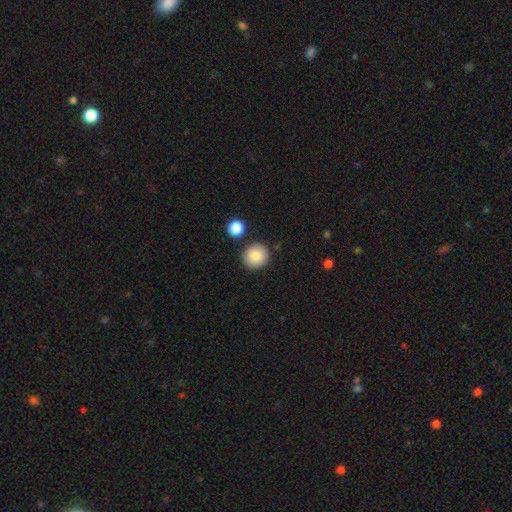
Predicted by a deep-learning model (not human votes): smooth_or_featured: smooth (p=0.86) [alt: star or artifact p=0.08]
how_rounded: round (p=0.91) [alt: in between p=0.08]
merging: none (p=0.87) [alt: minor disturbance p=0.07]